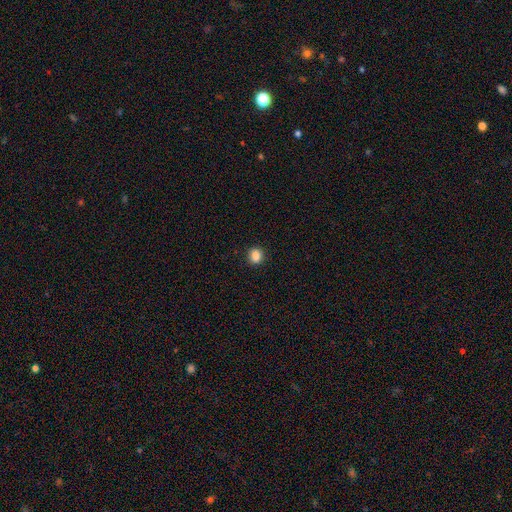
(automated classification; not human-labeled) Smooth or featured? smooth (86%)
How rounded? round (69%)
Merging? none (90%)